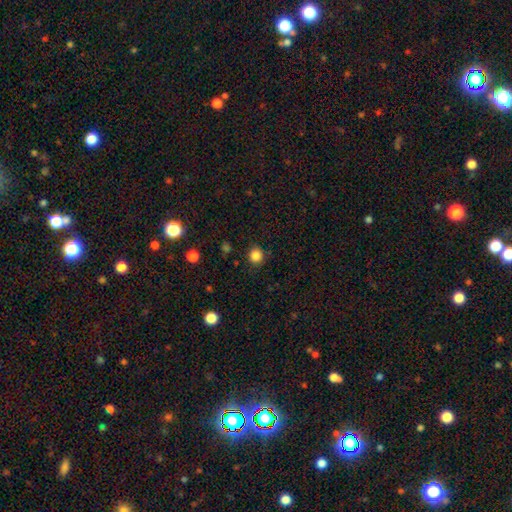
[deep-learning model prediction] This appears to be a smooth galaxy with no disk features (84%) that is round (91%). Merging: none (88%).